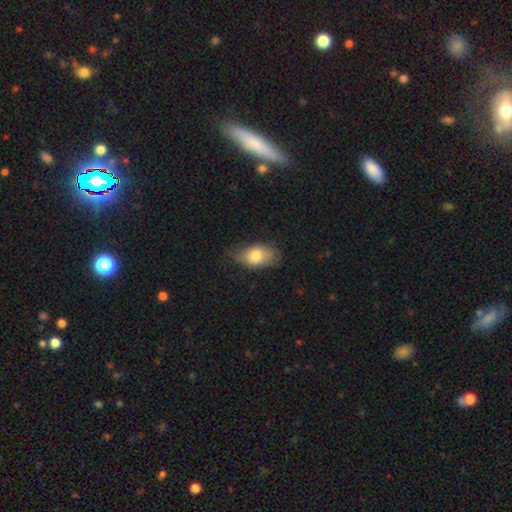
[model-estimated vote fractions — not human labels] A smooth galaxy with no disk features (73%) that is in between round and cigar-shaped (87%). Merging: none (55%).